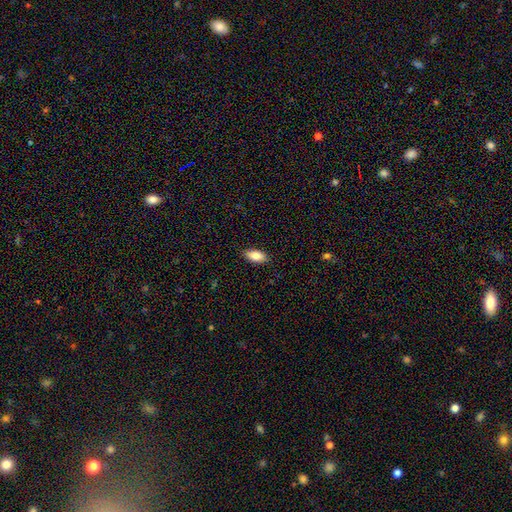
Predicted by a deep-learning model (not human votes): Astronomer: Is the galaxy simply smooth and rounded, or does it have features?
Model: smooth — 84%.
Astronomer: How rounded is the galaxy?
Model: in between — 91%.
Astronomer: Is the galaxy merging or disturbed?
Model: none — 88%.